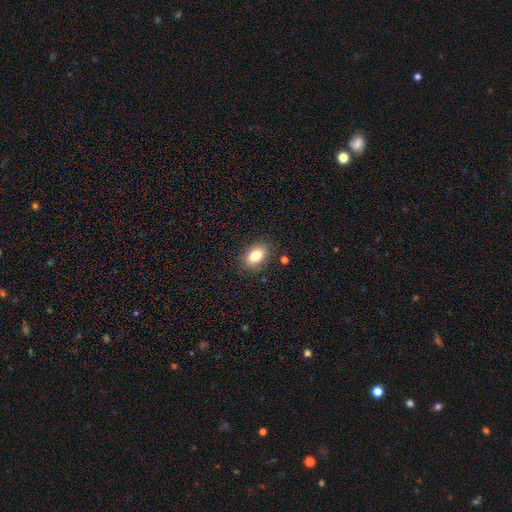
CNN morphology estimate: smooth-or-featured: smooth: 81% | featured or disk: 10% | star or artifact: 9%
  how-rounded: in between: 83% | round: 15% | cigar-shaped: 2%
  merging: none: 86% | minor disturbance: 10% | major disturbance: 3% | merger: 2%